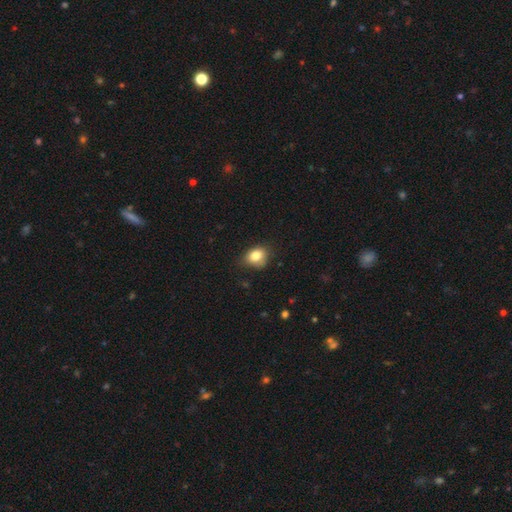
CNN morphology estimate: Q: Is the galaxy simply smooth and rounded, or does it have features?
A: smooth — 81%.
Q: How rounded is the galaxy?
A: in between — 51%.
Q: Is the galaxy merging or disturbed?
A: none — 65%.